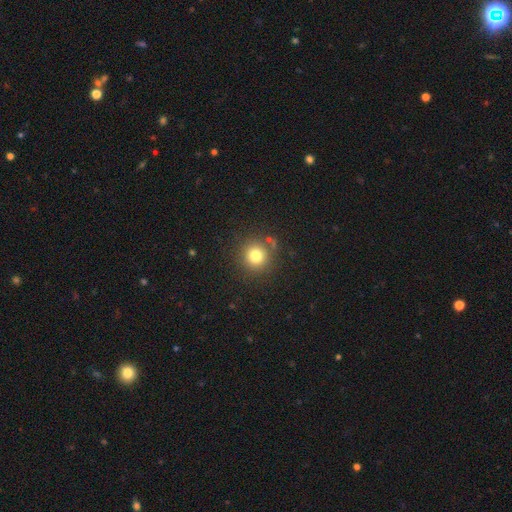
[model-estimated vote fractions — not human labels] Q: Smooth or featured?
A: smooth (78%); runner-up: star or artifact (14%)
Q: How rounded?
A: round (93%); runner-up: in between (6%)
Q: Merging?
A: none (84%); runner-up: minor disturbance (8%)